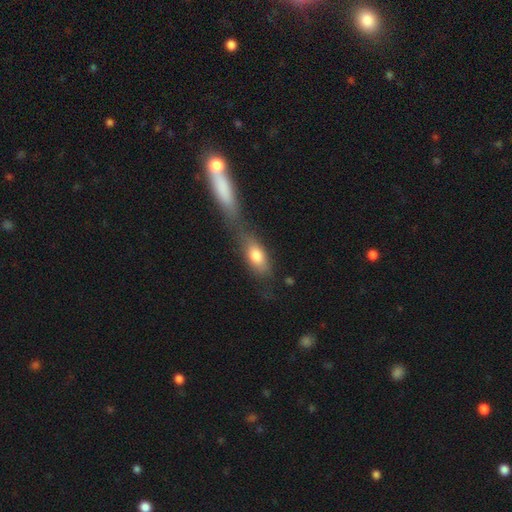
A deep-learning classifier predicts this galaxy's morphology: smooth 73%, featured or disk 19%, star or artifact 8%. Down the decision tree: how rounded — in between (76%); merging — merger (46%).